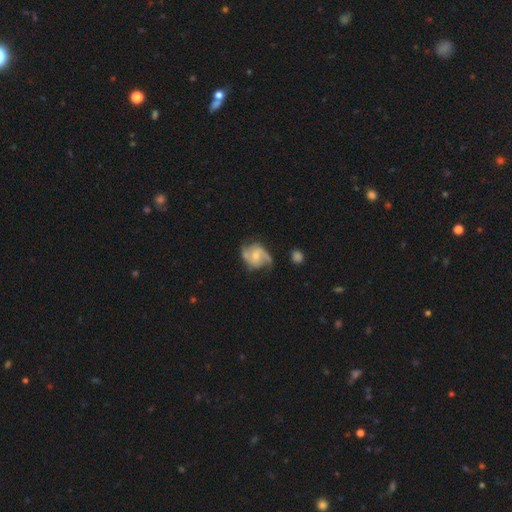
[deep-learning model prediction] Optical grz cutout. It shows a featured or disk galaxy (82%) with no bar (51%), 2 (81%) medium (50%) spiral arms (95%) and a small central bulge (47%). Merging: none (61%).